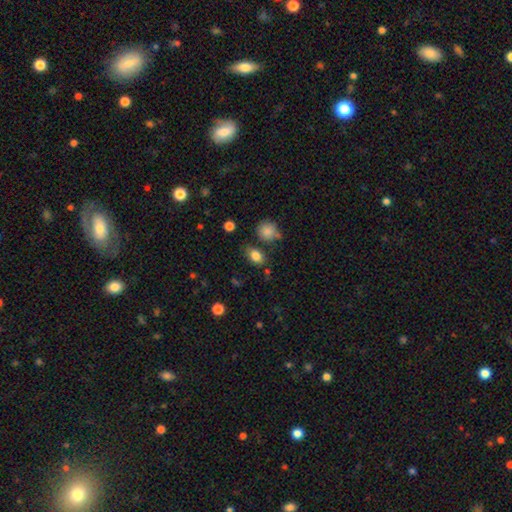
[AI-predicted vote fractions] Smooth or featured? Predicted: smooth (p=0.83). How rounded? Predicted: in between (p=0.79). Merging? Predicted: none (p=0.72).